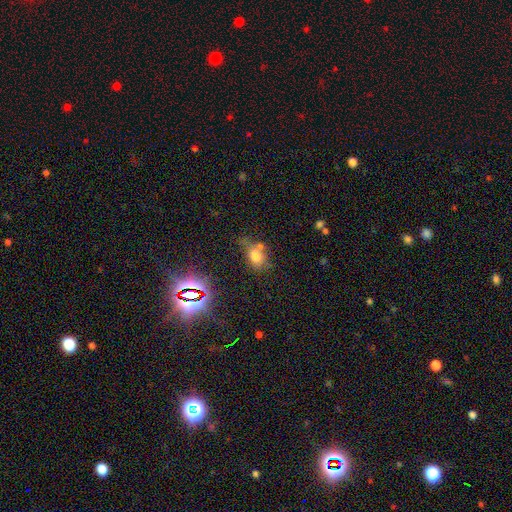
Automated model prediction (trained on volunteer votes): Smooth or featured?
  - smooth: 71% *
  - star or artifact: 17%
  - featured or disk: 12%
How rounded?
  - in between: 67% *
  - round: 31%
  - cigar-shaped: 2%
Merging?
  - none: 48% *
  - minor disturbance: 23%
  - merger: 19%
  - major disturbance: 9%